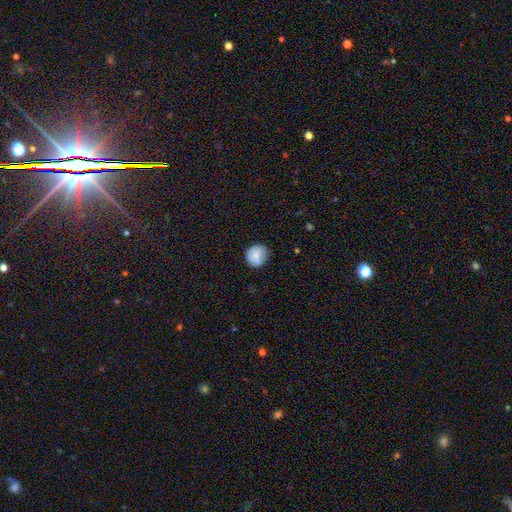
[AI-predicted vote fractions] A smooth galaxy with no disk features (79%) that is round (83%).

Vote fractions:
- Smooth or featured? smooth: 79% / featured or disk: 13% / star or artifact: 8%
- How rounded? round: 83% / in between: 16% / cigar-shaped: 1%
- Merging? none: 72% / minor disturbance: 22% / major disturbance: 4% / merger: 1%